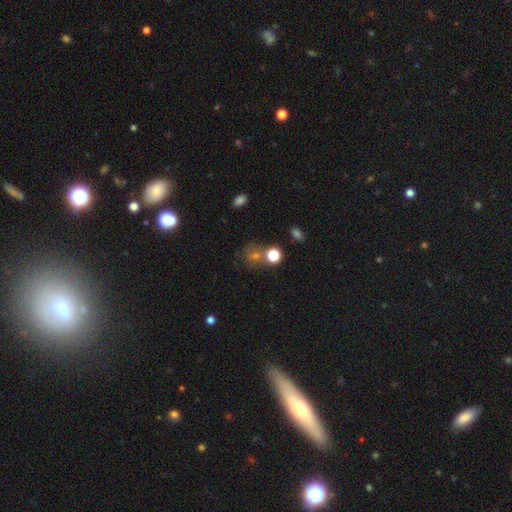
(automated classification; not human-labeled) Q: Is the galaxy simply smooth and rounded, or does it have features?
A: smooth — 50%.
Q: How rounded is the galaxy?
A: round — 80%.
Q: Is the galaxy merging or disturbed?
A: none — 62%.